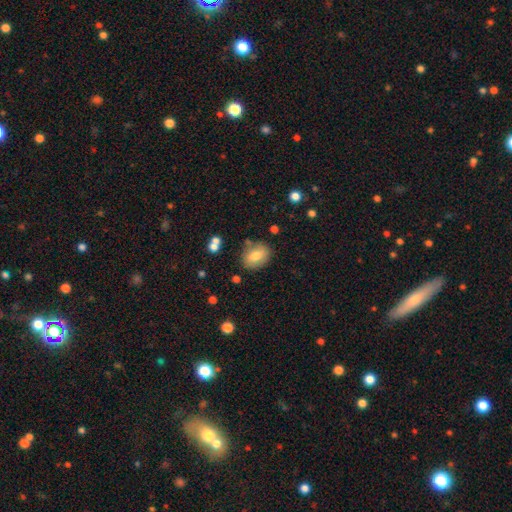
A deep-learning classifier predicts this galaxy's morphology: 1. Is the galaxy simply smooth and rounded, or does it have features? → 75% smooth, 16% featured or disk, 9% star or artifact.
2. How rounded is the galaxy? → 56% in between, 43% round, 1% cigar-shaped.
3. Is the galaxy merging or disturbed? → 80% none, 13% minor disturbance, 4% merger, 3% major disturbance.